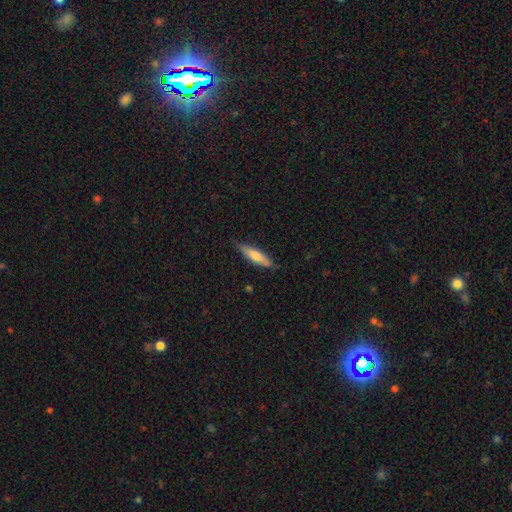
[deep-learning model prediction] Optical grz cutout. It shows a smooth galaxy with no disk features (64%) that is cigar-shaped (76%). Merging: none (82%).